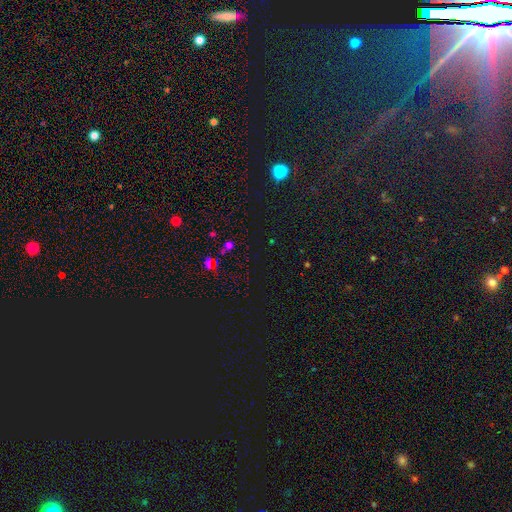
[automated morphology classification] Smooth or featured? star or artifact (67%)